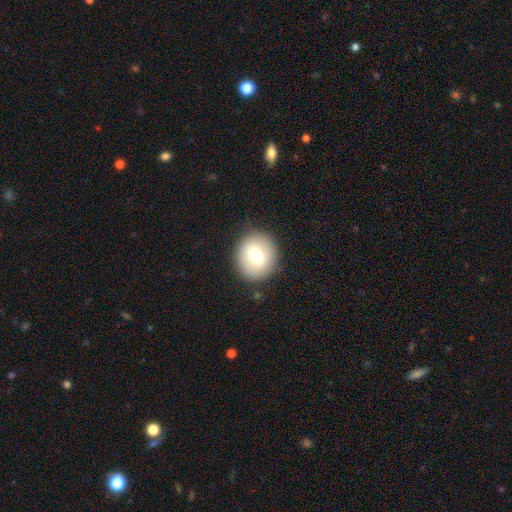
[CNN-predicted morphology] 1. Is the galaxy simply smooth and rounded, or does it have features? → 69% smooth, 23% featured or disk, 9% star or artifact.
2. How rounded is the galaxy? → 78% round, 21% in between, 1% cigar-shaped.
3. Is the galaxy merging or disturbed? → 87% none, 9% minor disturbance, 3% major disturbance, 1% merger.